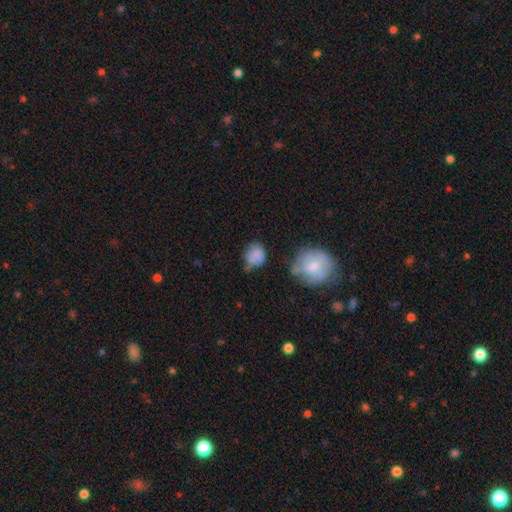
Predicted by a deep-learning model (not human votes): A smooth galaxy with no disk features (76%) that is round (68%).

Vote fractions:
- Smooth or featured? smooth: 76% / featured or disk: 15% / star or artifact: 10%
- How rounded? round: 68% / in between: 31% / cigar-shaped: 1%
- Merging? none: 44% / minor disturbance: 32% / major disturbance: 14% / merger: 10%